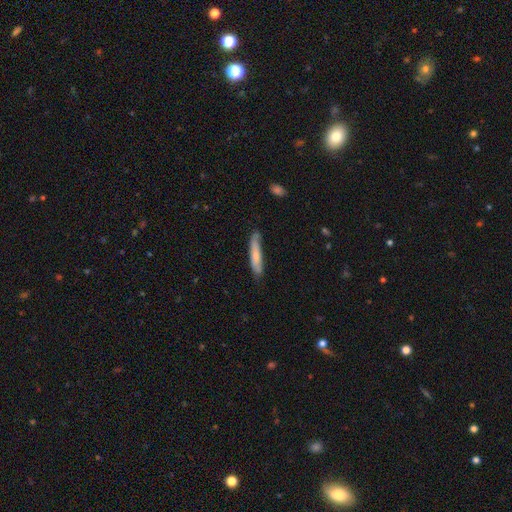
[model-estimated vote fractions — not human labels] Q: Smooth or featured?
A: smooth (72%); runner-up: featured or disk (23%)
Q: How rounded?
A: cigar-shaped (90%); runner-up: in between (9%)
Q: Merging?
A: none (71%); runner-up: minor disturbance (22%)